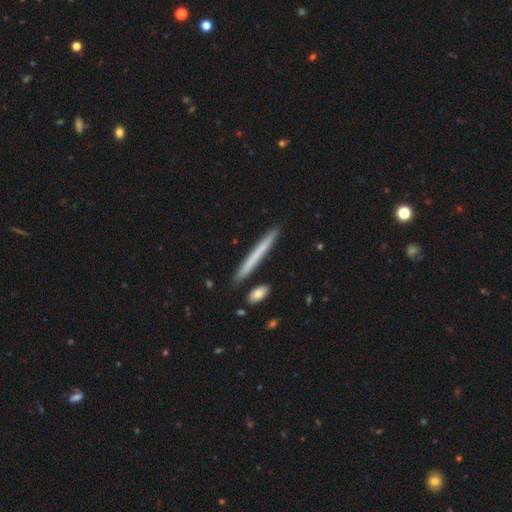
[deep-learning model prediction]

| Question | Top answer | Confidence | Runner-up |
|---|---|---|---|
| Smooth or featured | smooth | 62% | featured or disk (33%) |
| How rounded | cigar-shaped | 97% | in between (2%) |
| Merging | none | 89% | minor disturbance (6%) |